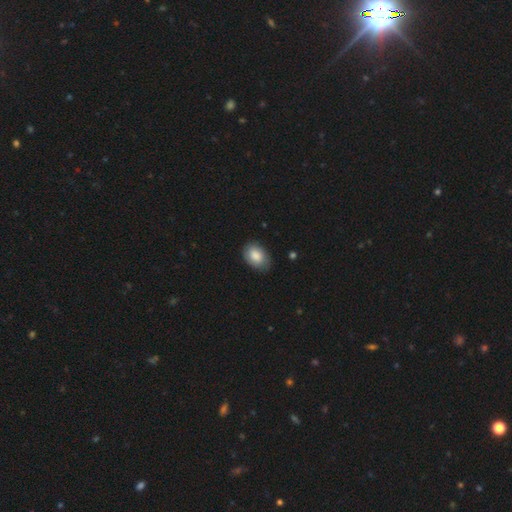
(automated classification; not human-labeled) This appears to be a smooth galaxy with no disk features (86%) that is in between round and cigar-shaped (85%). Merging: none (81%).